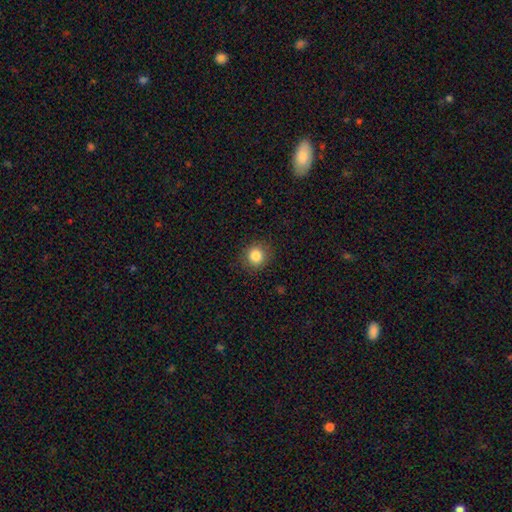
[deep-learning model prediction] Smooth or featured: smooth — 84% (star or artifact — 11%)
How rounded: round — 88% (in between — 11%)
Merging: none — 88% (minor disturbance — 8%)